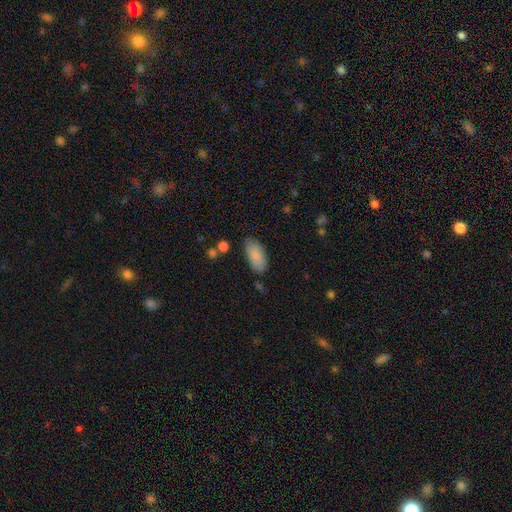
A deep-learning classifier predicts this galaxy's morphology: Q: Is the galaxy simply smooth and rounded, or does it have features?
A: smooth — 87%.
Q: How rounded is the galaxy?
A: in between — 89%.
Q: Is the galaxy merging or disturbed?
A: none — 79%.